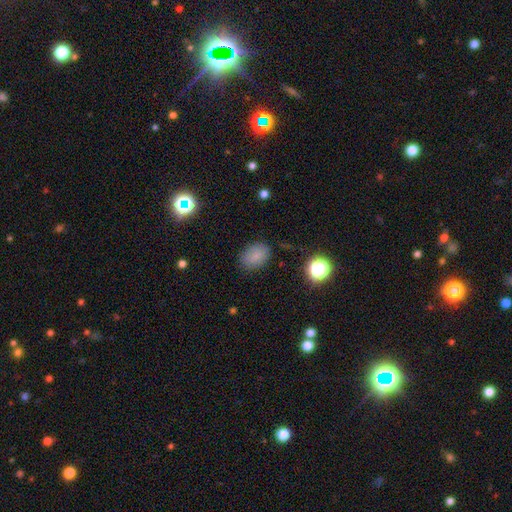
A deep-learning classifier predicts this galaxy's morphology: Smooth or featured? smooth (81%)
How rounded? in between (75%)
Merging? none (82%)